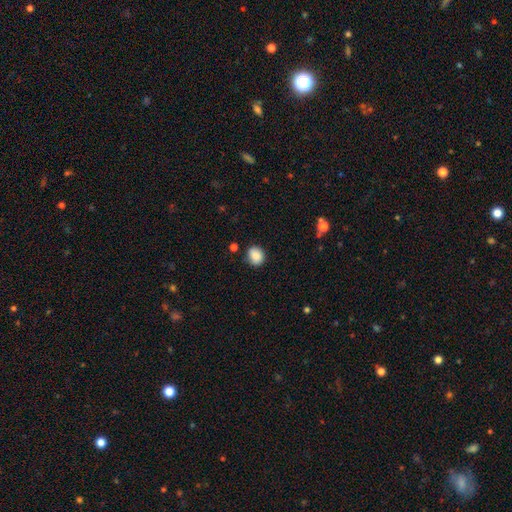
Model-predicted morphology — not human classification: smooth 85%, star or artifact 9%, featured or disk 6%. Down the decision tree: how rounded — round (70%); merging — none (79%).